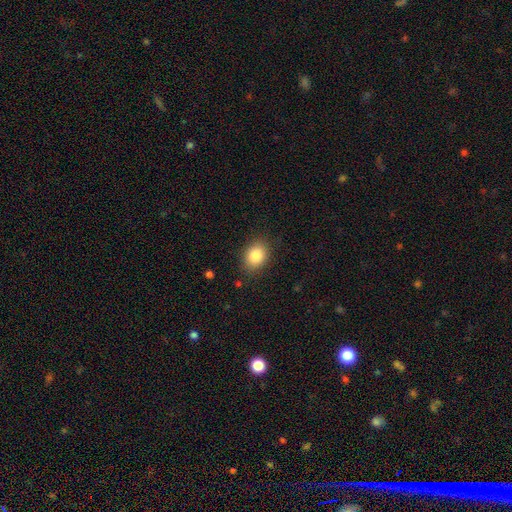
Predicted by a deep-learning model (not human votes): Smooth or featured? Predicted: smooth (p=0.85). How rounded? Predicted: in between (p=0.64). Merging? Predicted: none (p=0.85).